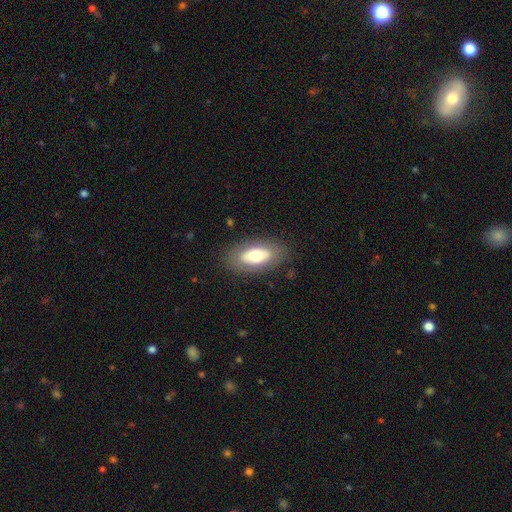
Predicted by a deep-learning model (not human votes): Smooth or featured?
  - smooth: 60% *
  - featured or disk: 33%
  - star or artifact: 7%
How rounded?
  - in between: 90% *
  - round: 5%
  - cigar-shaped: 5%
Merging?
  - none: 82% *
  - minor disturbance: 12%
  - major disturbance: 5%
  - merger: 1%